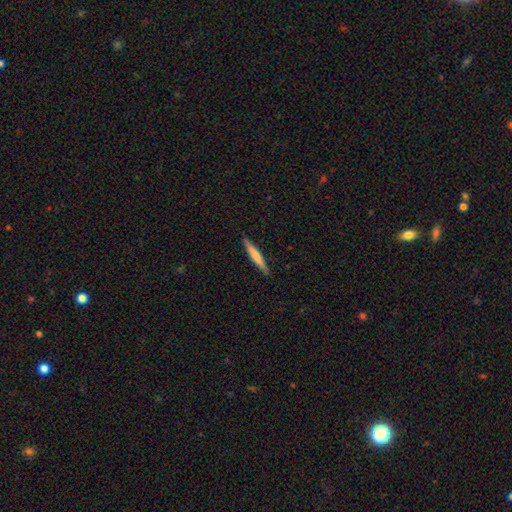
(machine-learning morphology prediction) This is likely a smooth galaxy (63%). How rounded: clearly cigar-shaped (95%). Merging: clearly none (90%).